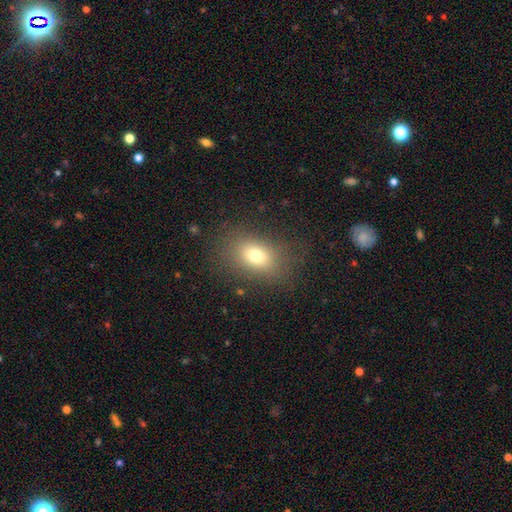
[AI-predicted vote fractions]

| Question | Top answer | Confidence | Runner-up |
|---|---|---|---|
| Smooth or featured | smooth | 73% | star or artifact (14%) |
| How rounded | in between | 74% | round (25%) |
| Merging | none | 81% | minor disturbance (11%) |